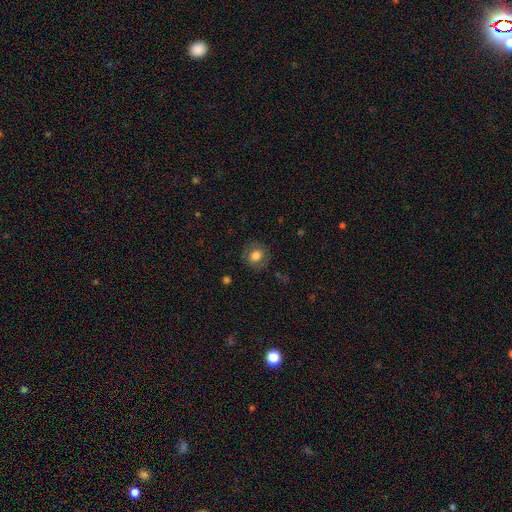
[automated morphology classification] Smooth or featured?
  - smooth: 75% *
  - featured or disk: 15%
  - star or artifact: 10%
How rounded?
  - round: 79% *
  - in between: 20%
  - cigar-shaped: 1%
Merging?
  - none: 82% *
  - minor disturbance: 12%
  - major disturbance: 5%
  - merger: 1%